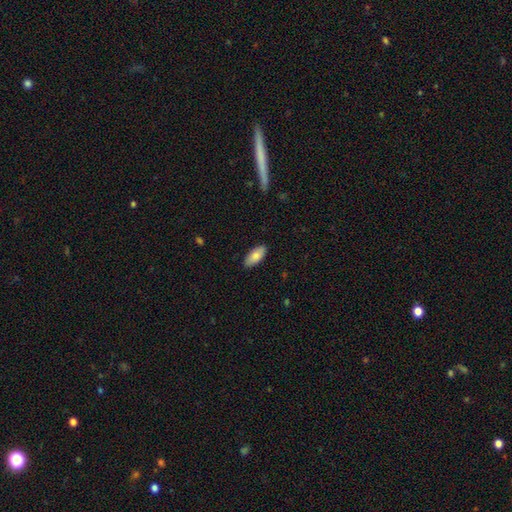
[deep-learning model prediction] Smooth or featured? Predicted: smooth (p=0.82). How rounded? Predicted: in between (p=0.88). Merging? Predicted: none (p=0.88).